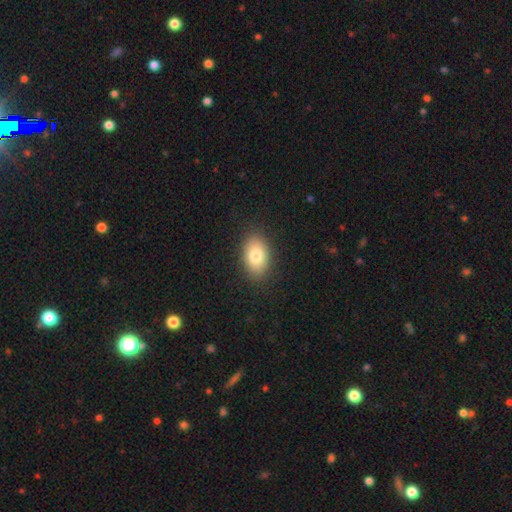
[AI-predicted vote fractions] Overall: smooth (80%). How rounded: in between (87%). Merging: none (88%).